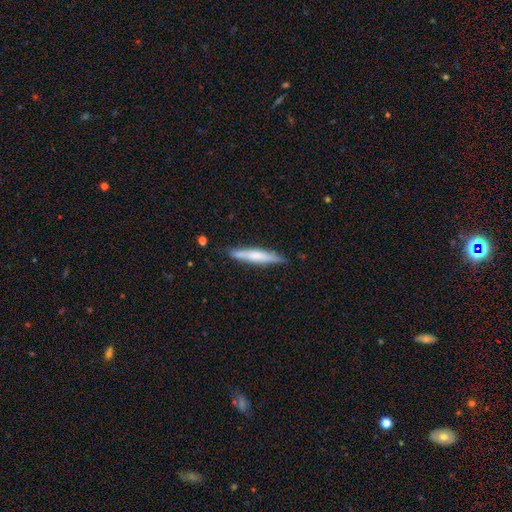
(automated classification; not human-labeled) Q: Smooth or featured?
A: smooth (57%); runner-up: featured or disk (37%)
Q: How rounded?
A: cigar-shaped (90%); runner-up: in between (8%)
Q: Merging?
A: none (83%); runner-up: minor disturbance (13%)